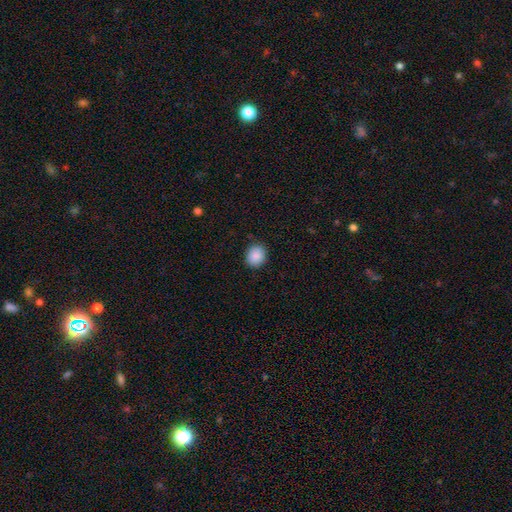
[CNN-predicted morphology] A smooth galaxy with no disk features (89%) that is round (70%). Merging: none (89%).